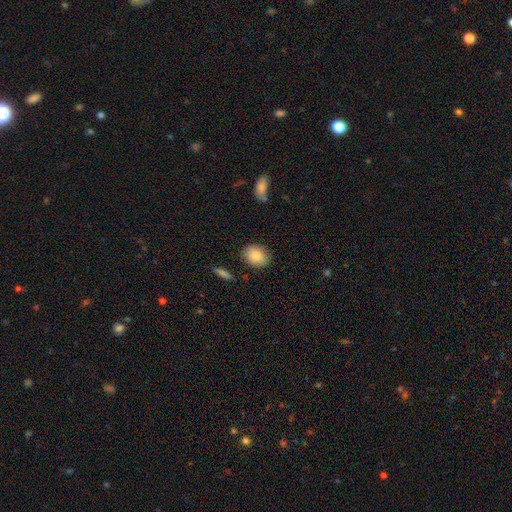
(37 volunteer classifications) A smooth galaxy with no disk features (97%) that is in between round and cigar-shaped (75%). Merging: none (92%).